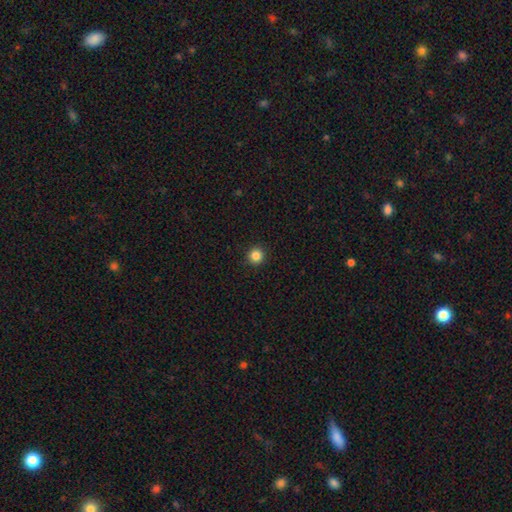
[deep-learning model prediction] Smooth or featured? Predicted: smooth (p=0.85). How rounded? Predicted: round (p=0.94). Merging? Predicted: none (p=0.93).